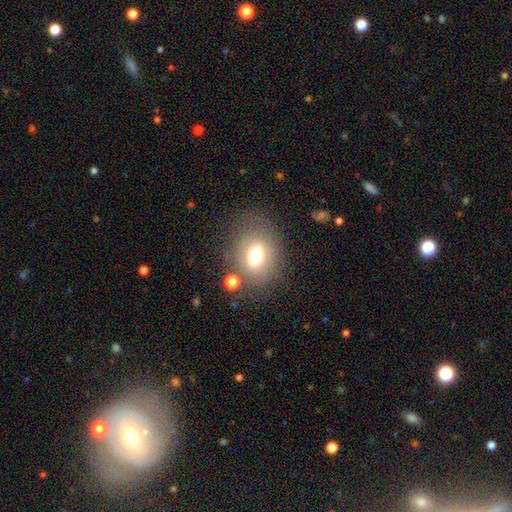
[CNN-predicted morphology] Q: Smooth or featured?
A: smooth (65%); runner-up: featured or disk (22%)
Q: How rounded?
A: in between (60%); runner-up: round (39%)
Q: Merging?
A: none (70%); runner-up: minor disturbance (14%)